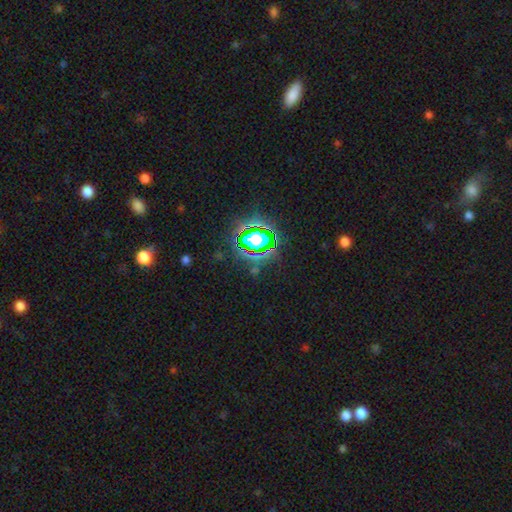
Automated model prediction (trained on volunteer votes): Smooth or featured: star or artifact — 79% (smooth — 14%)